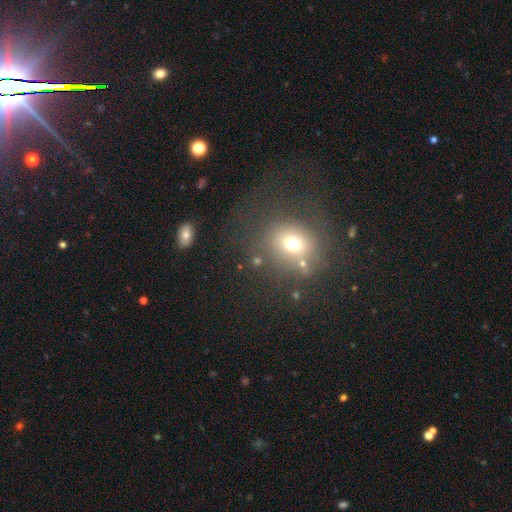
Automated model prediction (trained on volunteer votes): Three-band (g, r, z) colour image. It shows a smooth galaxy with no disk features (50%). Merging: none (59%).